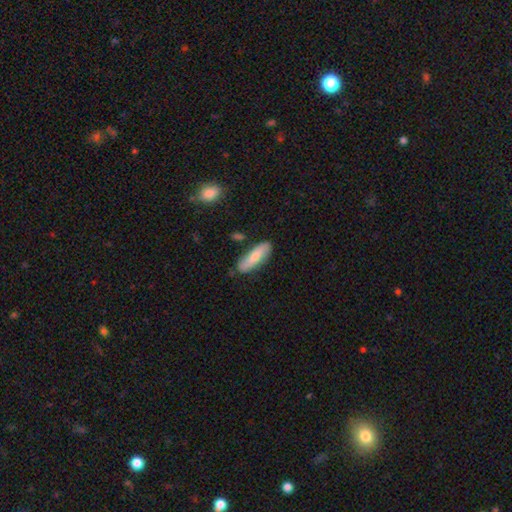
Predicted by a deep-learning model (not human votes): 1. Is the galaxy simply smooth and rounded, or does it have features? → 68% smooth, 26% featured or disk, 6% star or artifact.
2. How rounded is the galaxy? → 50% cigar-shaped, 48% in between, 2% round.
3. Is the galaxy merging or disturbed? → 80% none, 14% minor disturbance, 3% merger, 3% major disturbance.